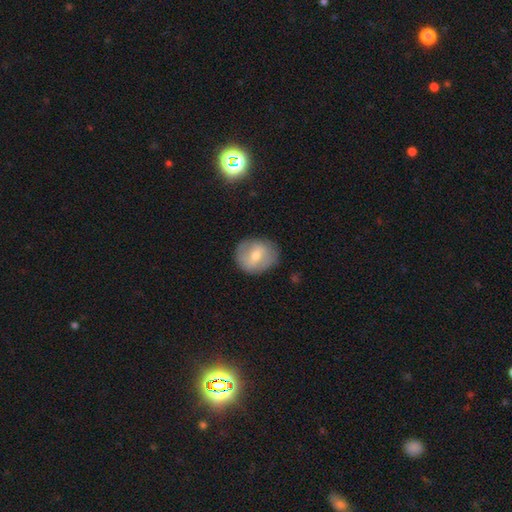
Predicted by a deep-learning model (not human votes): Overall: smooth (53%; featured or disk 41%). How rounded: round (72%). Merging: none (80%).